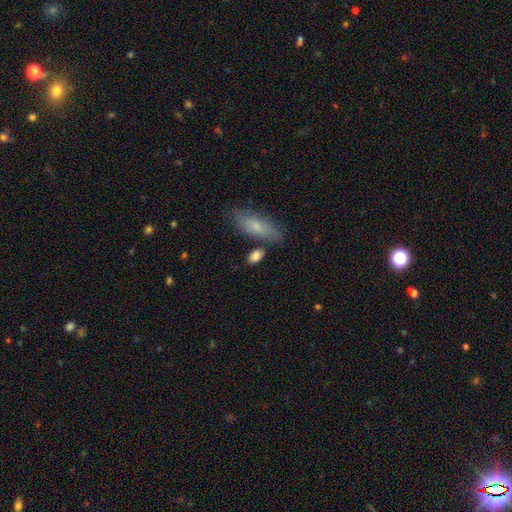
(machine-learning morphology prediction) Smooth or featured: smooth — 84% (featured or disk — 9%)
How rounded: in between — 86% (round — 7%)
Merging: none — 70% (minor disturbance — 15%)